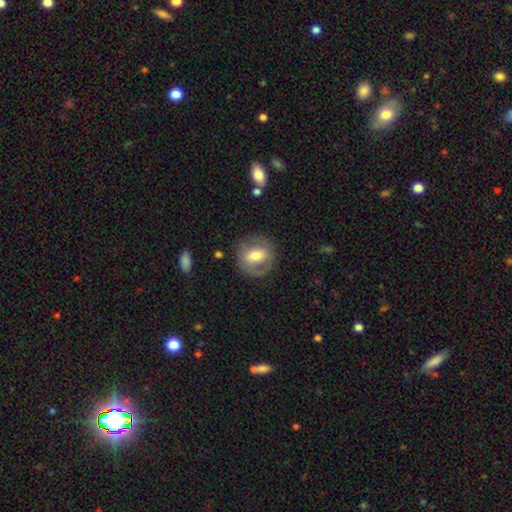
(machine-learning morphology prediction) A smooth galaxy with no disk features (52%) that is round (79%). Merging: none (79%).